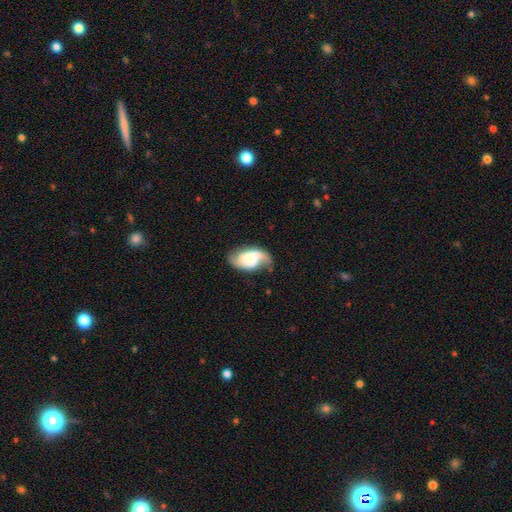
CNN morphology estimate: Smooth or featured?
  - featured or disk: 68% *
  - smooth: 25%
  - star or artifact: 7%
Edge-on disk?
  - no: 96% *
  - yes: 4%
Bar?
  - no: 48% *
  - weak: 38%
  - strong: 14%
Spiral arms?
  - yes: 92% *
  - no: 8%
Spiral winding?
  - loose: 46% *
  - medium: 38%
  - tight: 15%
Spiral arm count?
  - 2: 83% *
  - 1: 9%
  - can't tell: 5%
  - 3: 1%
  - 4: 1%
  - more than 4: 1%
Bulge size?
  - moderate: 28% *
  - large: 26%
  - small: 24%
  - none: 16%
  - dominant: 7%
Merging?
  - none: 63% *
  - minor disturbance: 24%
  - major disturbance: 11%
  - merger: 2%